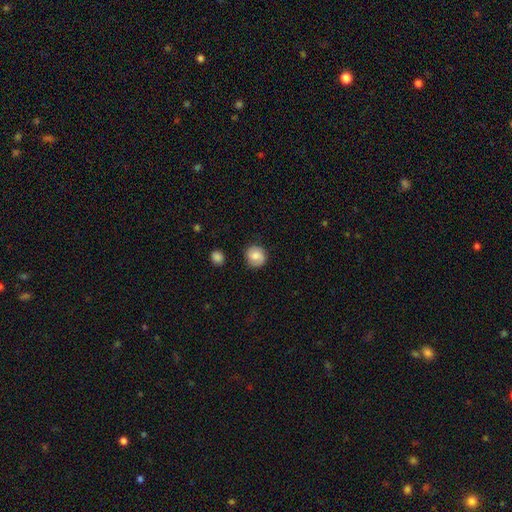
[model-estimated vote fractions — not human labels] Morphology: type=smooth (78%); roundness=round (88%); merging=none (83%).